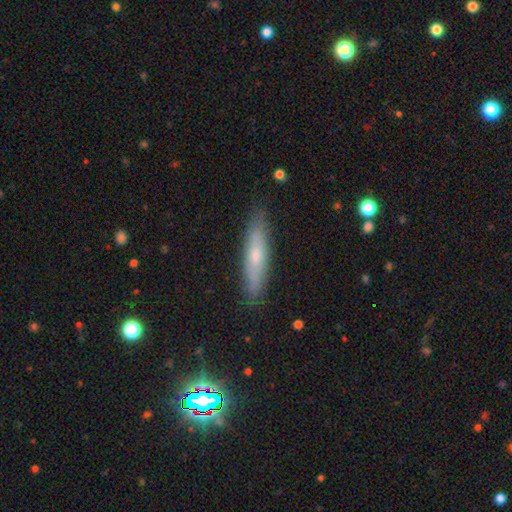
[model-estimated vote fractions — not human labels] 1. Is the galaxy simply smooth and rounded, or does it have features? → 55% smooth, 38% featured or disk, 7% star or artifact.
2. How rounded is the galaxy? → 83% cigar-shaped, 15% in between, 2% round.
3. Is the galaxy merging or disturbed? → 87% none, 10% minor disturbance, 2% major disturbance, 1% merger.